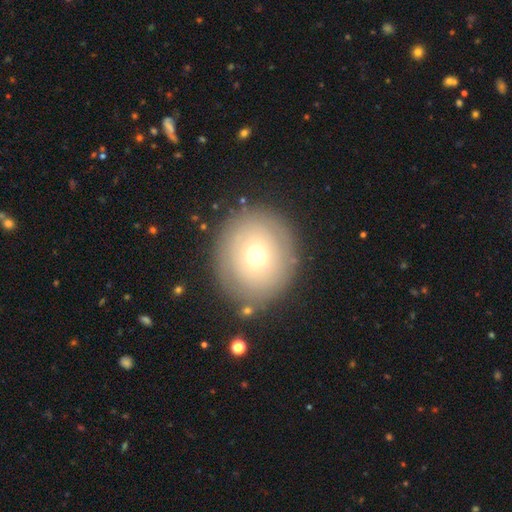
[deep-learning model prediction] Overall: smooth (64%; featured or disk 25%). How rounded: round (78%). Merging: none (82%).